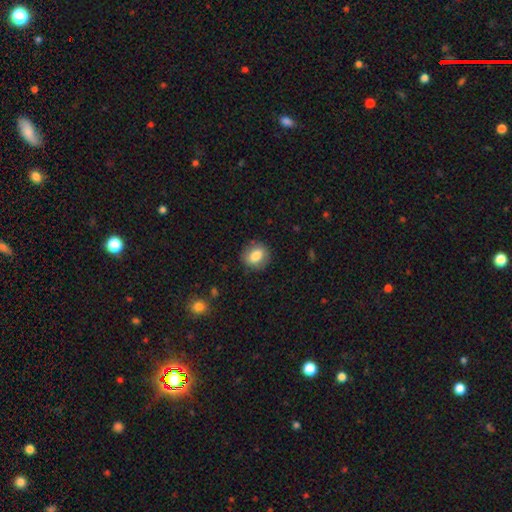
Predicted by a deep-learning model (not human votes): Smooth or featured? smooth (81%)
How rounded? round (61%)
Merging? none (84%)